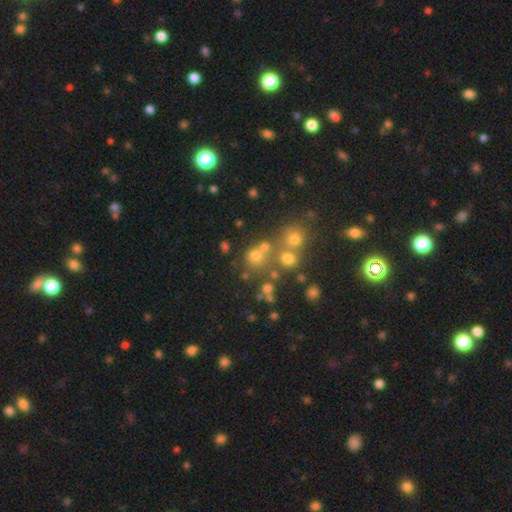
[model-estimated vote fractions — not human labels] smooth 66%, star or artifact 21%, featured or disk 13%. Down the decision tree: how rounded — round (82%); merging — none (58%).